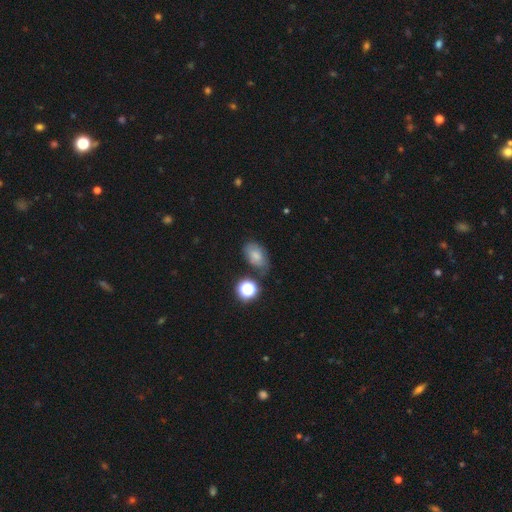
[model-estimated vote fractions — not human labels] The model was most divided on "merging": none: 62%, minor disturbance: 24%, major disturbance: 8%, merger: 6%. More confident: how rounded — in between (86%); smooth or featured — smooth (71%).